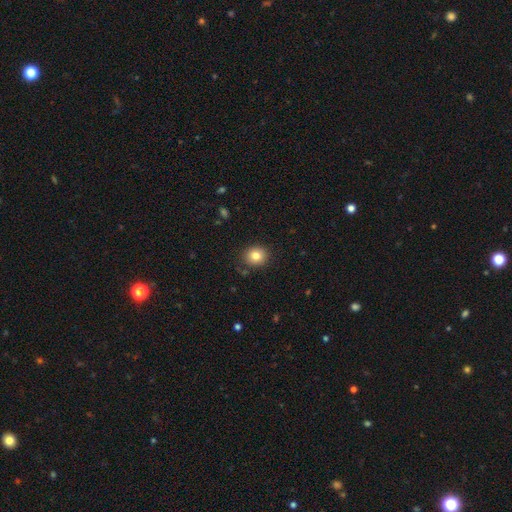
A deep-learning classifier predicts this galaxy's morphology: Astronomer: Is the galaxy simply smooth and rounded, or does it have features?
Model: smooth — 80%.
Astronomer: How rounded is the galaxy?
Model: round — 79%.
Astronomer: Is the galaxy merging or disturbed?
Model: none — 86%.